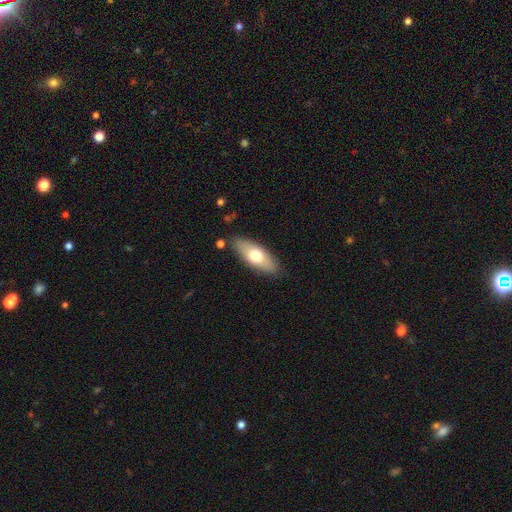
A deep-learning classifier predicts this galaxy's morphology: The model was most divided on "smooth or featured": smooth: 65%, featured or disk: 29%, star or artifact: 6%. More confident: merging — none (84%); how rounded — in between (73%).